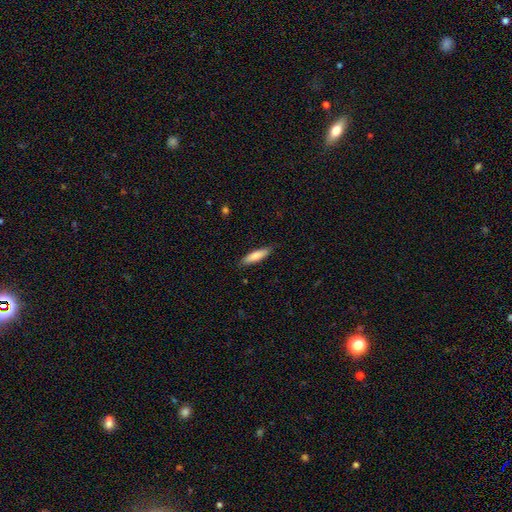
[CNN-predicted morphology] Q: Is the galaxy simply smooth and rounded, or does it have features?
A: smooth — 81%.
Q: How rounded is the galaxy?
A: cigar-shaped — 69%.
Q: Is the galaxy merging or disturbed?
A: none — 86%.